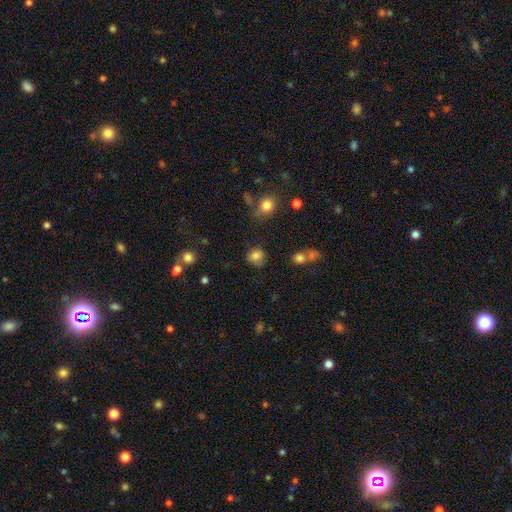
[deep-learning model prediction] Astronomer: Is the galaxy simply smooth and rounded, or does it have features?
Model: smooth — 80%.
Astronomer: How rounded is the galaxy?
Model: round — 71%.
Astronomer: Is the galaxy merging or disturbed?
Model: none — 66%.